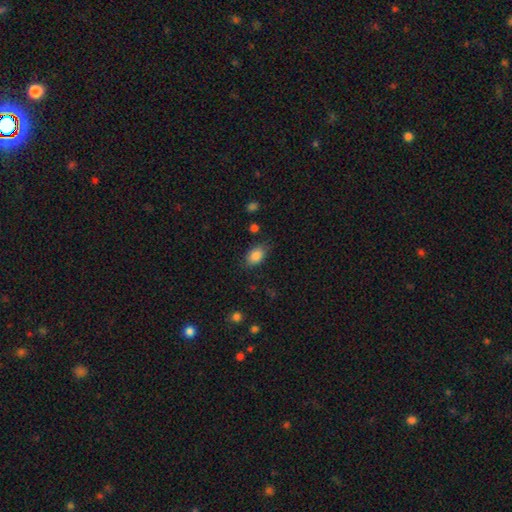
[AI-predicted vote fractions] Smooth or featured? smooth (85%)
How rounded? in between (85%)
Merging? none (77%)